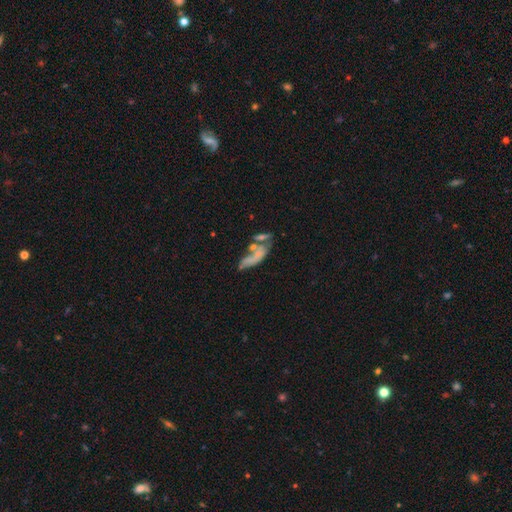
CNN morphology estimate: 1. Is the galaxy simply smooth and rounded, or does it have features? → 47% smooth, 41% featured or disk, 12% star or artifact.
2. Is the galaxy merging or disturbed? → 42% merger, 24% none, 20% major disturbance, 14% minor disturbance.